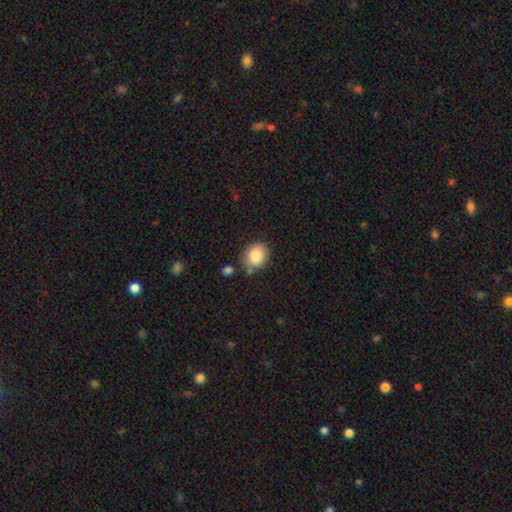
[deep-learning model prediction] smooth 87%, star or artifact 8%, featured or disk 5%. Down the decision tree: how rounded — round (67%); merging — none (70%).